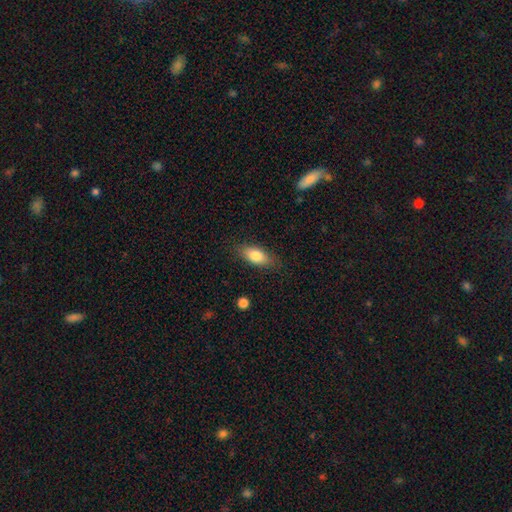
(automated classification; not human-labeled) A smooth galaxy with no disk features (81%) that is in between round and cigar-shaped (84%). Merging: none (82%).